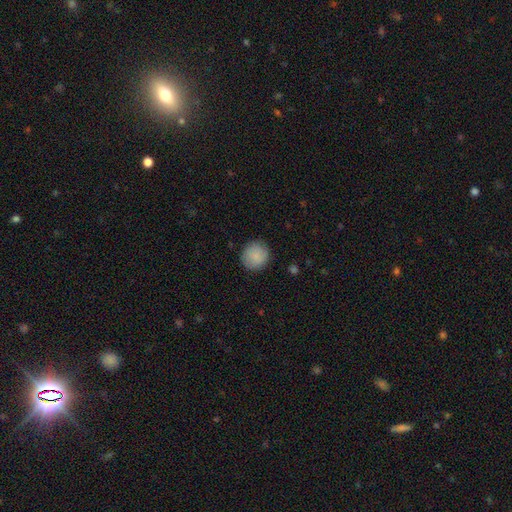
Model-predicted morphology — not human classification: This appears to be a smooth galaxy with no disk features (86%) that is round (90%). Merging: none (86%).